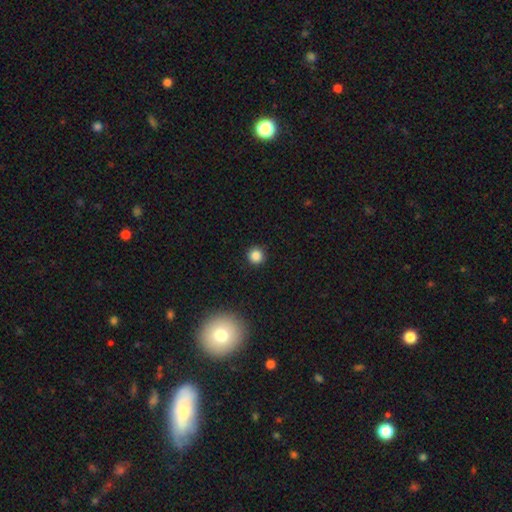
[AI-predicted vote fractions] This appears to be a smooth galaxy with no disk features (85%) that is round (95%). Merging: none (92%).